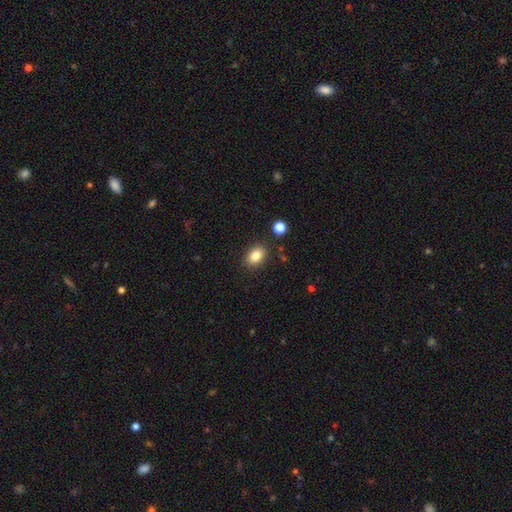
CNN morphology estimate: Overall: smooth (84%). How rounded: in between (79%). Merging: none (85%).